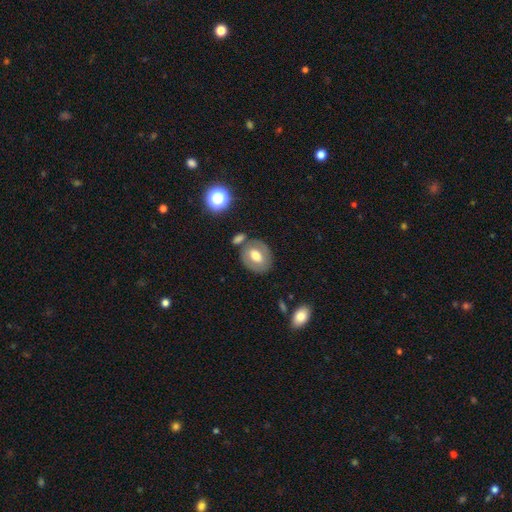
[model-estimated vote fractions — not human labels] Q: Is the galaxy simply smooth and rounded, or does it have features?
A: smooth — 58%.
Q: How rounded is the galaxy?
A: in between — 57%.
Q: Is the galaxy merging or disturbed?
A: none — 70%.